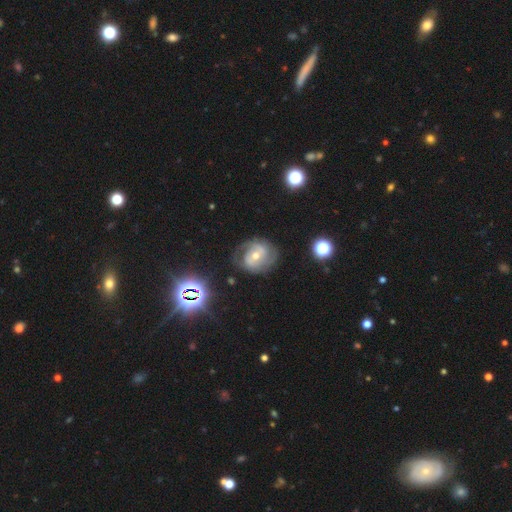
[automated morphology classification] A featured or disk galaxy (78%) with no bar (45%), 2 (60%) medium (43%, tied with tight) spiral arms (91%) and a moderate central bulge (56%).

Vote fractions:
- Smooth or featured? featured or disk: 78% / smooth: 13% / star or artifact: 9%
- Edge-on disk? no: 97% / yes: 3%
- Bar? no: 45% / weak: 39% / strong: 16%
- Spiral arms? yes: 91% / no: 9%
- Spiral winding? medium: 43% (tied) / tight: 43% (tied) / loose: 14%
- Spiral arm count? 2: 60% / can't tell: 19% / 3: 12% / 1: 4% / 4: 3% / more than 4: 2%
- Bulge size? moderate: 56% / small: 40% / large: 2% / none: 1% / dominant: 1%
- Merging? none: 69% / minor disturbance: 19% / major disturbance: 10% / merger: 2%